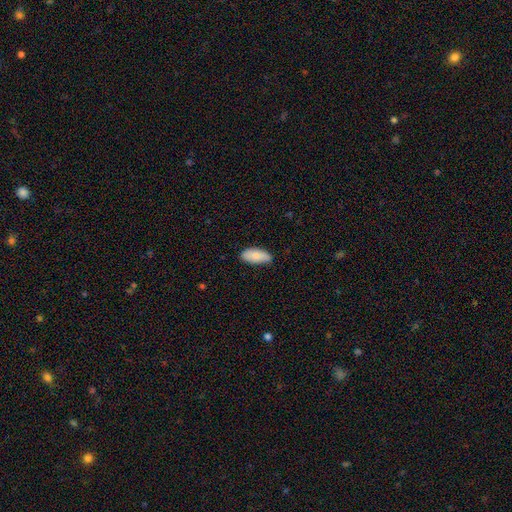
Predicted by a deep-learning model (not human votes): Overall: smooth (87%). How rounded: in between (87%). Merging: none (77%).